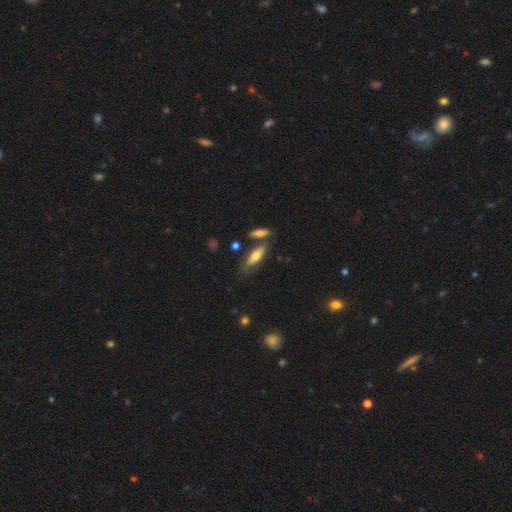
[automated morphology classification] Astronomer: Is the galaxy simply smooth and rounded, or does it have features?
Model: smooth — 62%.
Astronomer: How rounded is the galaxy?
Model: in between — 61% (runner-up: cigar-shaped, 37%).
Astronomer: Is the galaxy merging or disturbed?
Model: none — 61%.